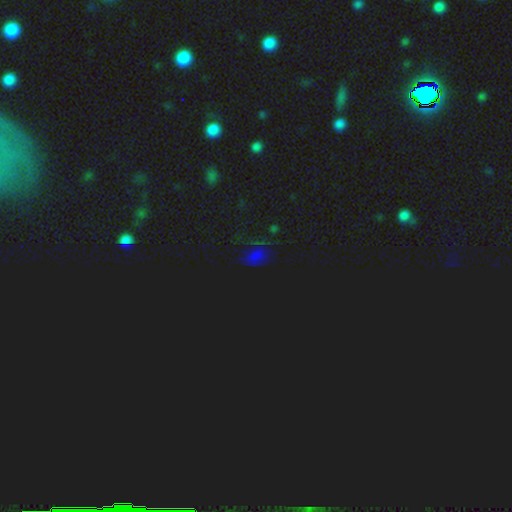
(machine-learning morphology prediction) Smooth or featured? Predicted: star or artifact (p=0.65).